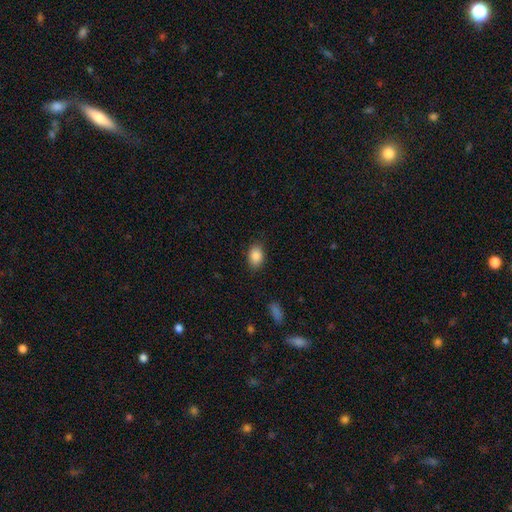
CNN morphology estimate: type=smooth (87%); roundness=in between (81%); merging=none (85%).